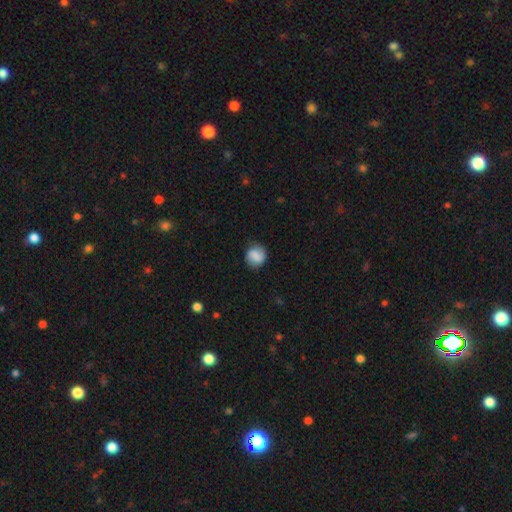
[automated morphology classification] The model was most divided on "smooth or featured": smooth: 68%, featured or disk: 24%, star or artifact: 8%. More confident: merging — none (81%); how rounded — round (80%).